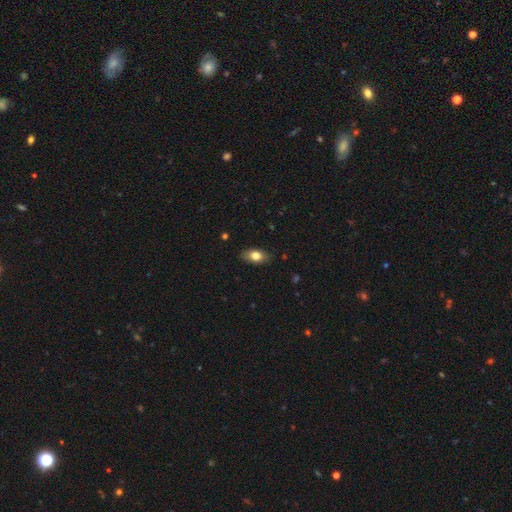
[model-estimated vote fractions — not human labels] Smooth or featured? Predicted: smooth (p=0.79). How rounded? Predicted: in between (p=0.88). Merging? Predicted: none (p=0.84).